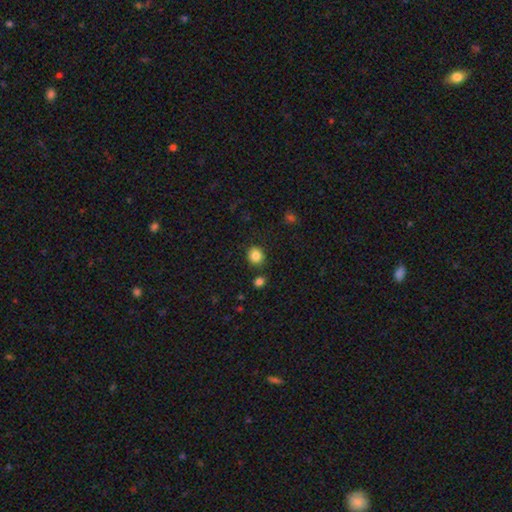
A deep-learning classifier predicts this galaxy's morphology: Q: Smooth or featured?
A: smooth (85%); runner-up: star or artifact (10%)
Q: How rounded?
A: round (76%); runner-up: in between (24%)
Q: Merging?
A: none (84%); runner-up: minor disturbance (9%)